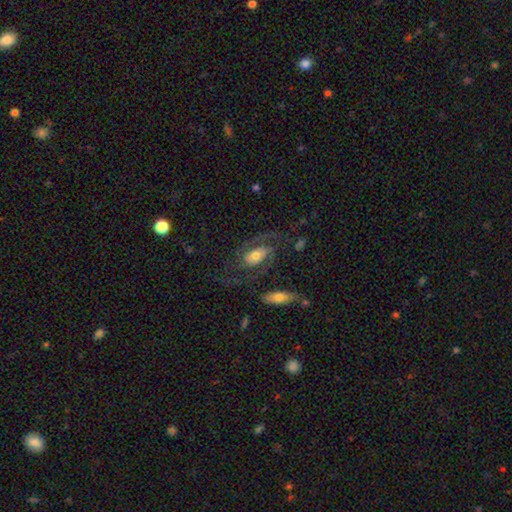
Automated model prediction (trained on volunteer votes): This is likely a featured or disk galaxy (74%). It is clearly not viewed edge-on (95%). Bar: possibly no (59%). Spiral arm pattern: clearly yes (90%). Spiral arm count: likely 2 (74%). Spiral winding: possibly medium (47%). Central bulge: possibly moderate (50%). Merging: possibly none (56%).